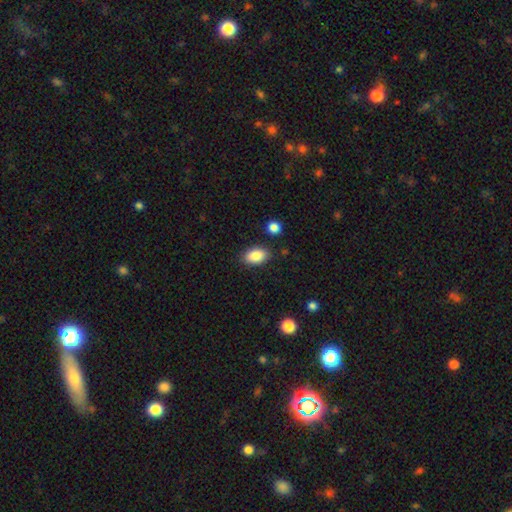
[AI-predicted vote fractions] A smooth galaxy with no disk features (87%) that is in between round and cigar-shaped (91%). Merging: none (85%).